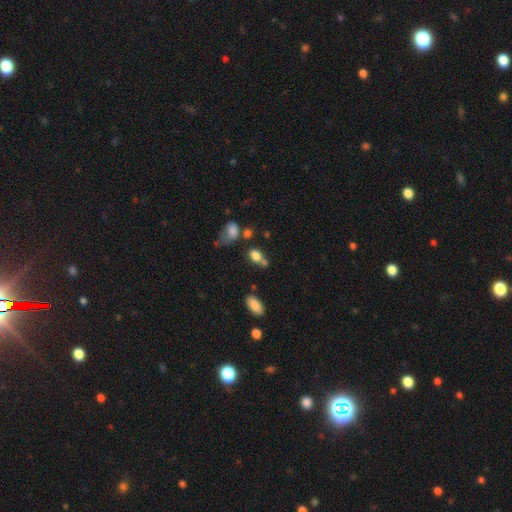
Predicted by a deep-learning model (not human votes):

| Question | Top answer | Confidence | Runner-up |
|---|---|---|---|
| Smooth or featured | smooth | 79% | star or artifact (11%) |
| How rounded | in between | 72% | round (25%) |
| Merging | none | 42% | merger (32%) |